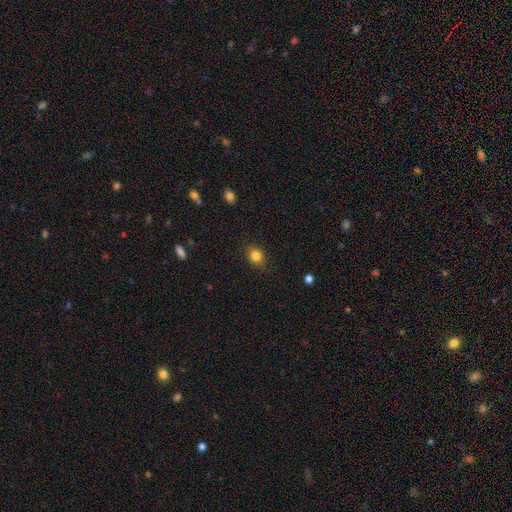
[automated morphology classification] Smooth or featured: smooth — 84% (star or artifact — 10%)
How rounded: in between — 53% (round — 46%)
Merging: none — 85% (minor disturbance — 11%)